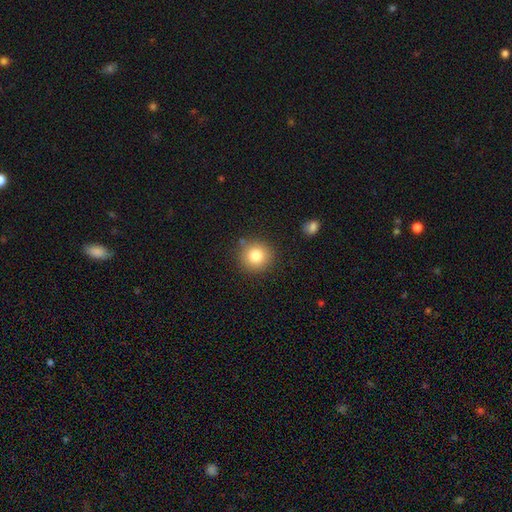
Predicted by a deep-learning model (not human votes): This is clearly a smooth galaxy (81%). How rounded: clearly round (92%). Merging: clearly none (86%).